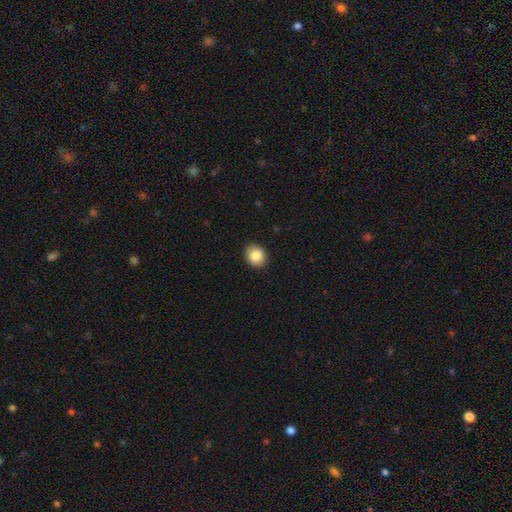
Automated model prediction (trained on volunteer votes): The model was most divided on "how rounded": round: 65%, in between: 34%, cigar-shaped: 1%. More confident: merging — none (90%); smooth or featured — smooth (85%).